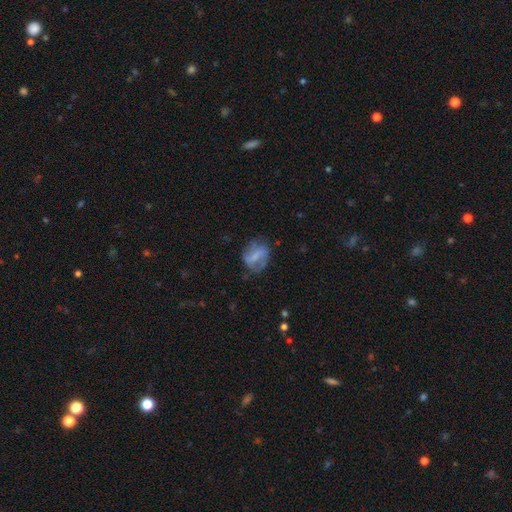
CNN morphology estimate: A featured or disk galaxy (55%) with a strong bar (45%), spiral arms (64%) and a small central bulge (44%). Merging: none (58%).